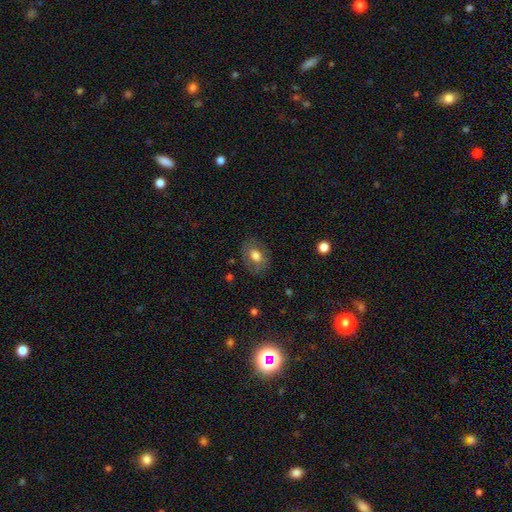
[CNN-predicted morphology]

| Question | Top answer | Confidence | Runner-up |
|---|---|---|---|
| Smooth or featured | smooth | 68% | featured or disk (24%) |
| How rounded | in between | 66% | round (32%) |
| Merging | none | 78% | minor disturbance (15%) |